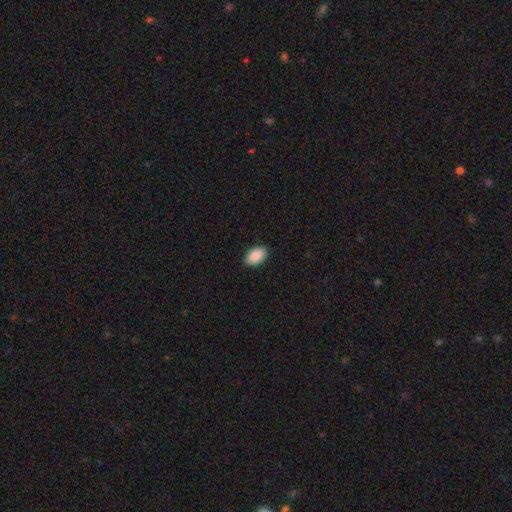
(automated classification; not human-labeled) Overall: smooth (91%). How rounded: in between (93%). Merging: none (90%).